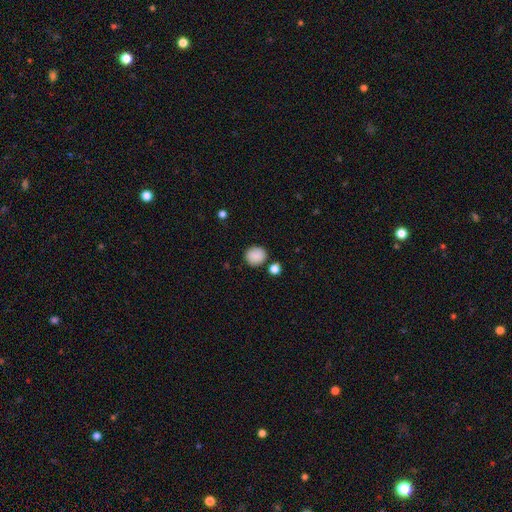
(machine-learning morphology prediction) Smooth or featured? smooth (87%)
How rounded? round (83%)
Merging? none (82%)